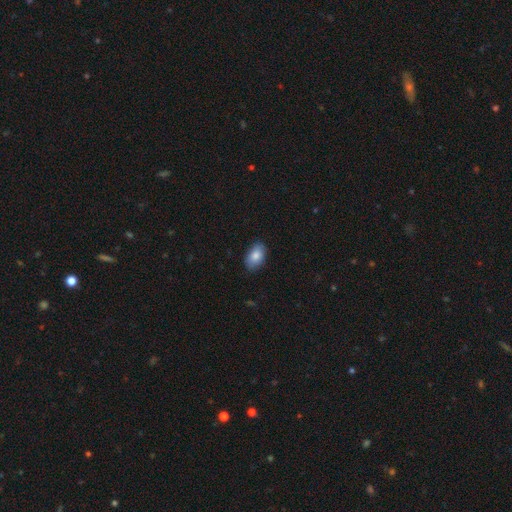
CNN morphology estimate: Q: Smooth or featured?
A: smooth (85%); runner-up: featured or disk (8%)
Q: How rounded?
A: in between (91%); runner-up: round (8%)
Q: Merging?
A: none (84%); runner-up: minor disturbance (13%)